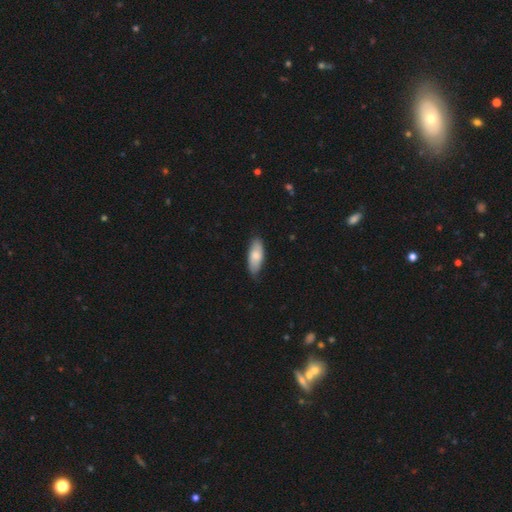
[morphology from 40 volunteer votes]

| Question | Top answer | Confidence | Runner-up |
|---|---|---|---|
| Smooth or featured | smooth | 75% | featured or disk (20%) |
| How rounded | in between | 67% | cigar-shaped (27%) |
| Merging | none | 87% | minor disturbance (13%) |